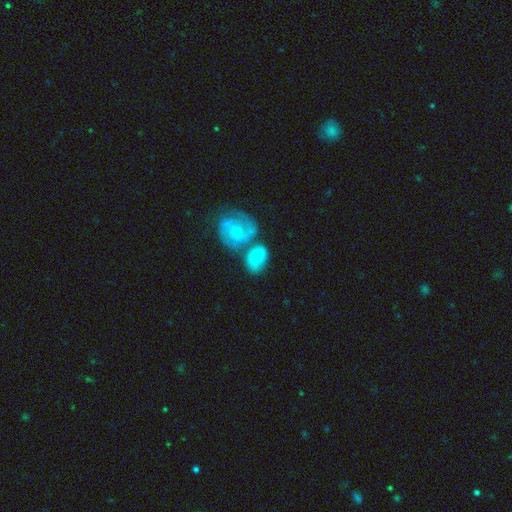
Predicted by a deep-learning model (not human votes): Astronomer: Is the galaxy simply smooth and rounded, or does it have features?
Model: smooth — 49% (runner-up: featured or disk, 44%).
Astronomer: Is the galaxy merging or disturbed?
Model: merger — 43% (runner-up: none, 34%).